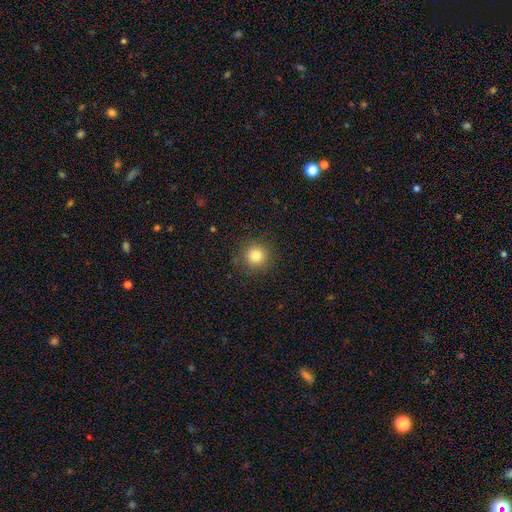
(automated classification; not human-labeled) A smooth galaxy with no disk features (81%) that is round (95%). Merging: none (89%).